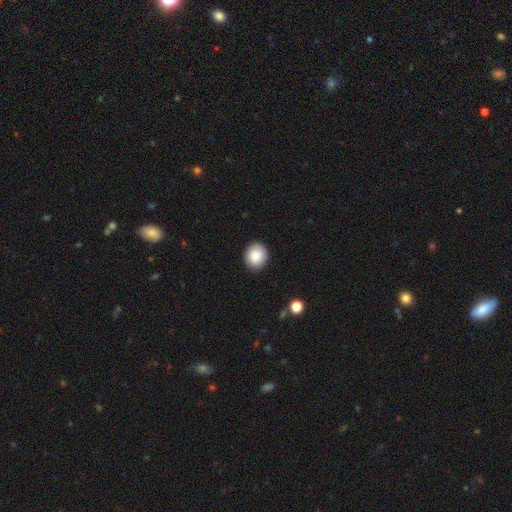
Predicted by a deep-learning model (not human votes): Smooth or featured?
  - smooth: 87% *
  - star or artifact: 8%
  - featured or disk: 5%
How rounded?
  - round: 78% *
  - in between: 21%
  - cigar-shaped: 1%
Merging?
  - none: 89% *
  - minor disturbance: 8%
  - major disturbance: 2%
  - merger: 1%